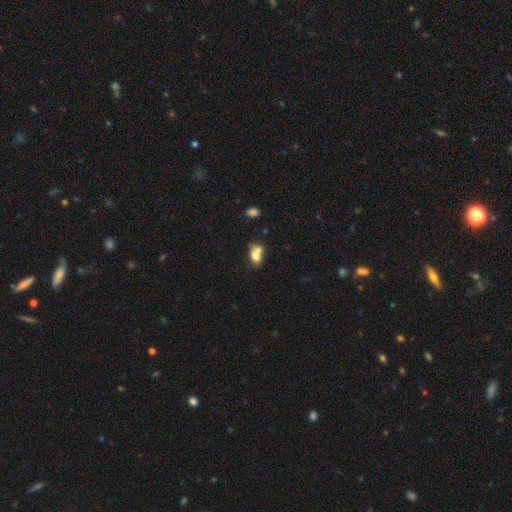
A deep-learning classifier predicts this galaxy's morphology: This is likely a smooth galaxy (73%). How rounded: likely in between (71%). Merging: possibly merger (58%).